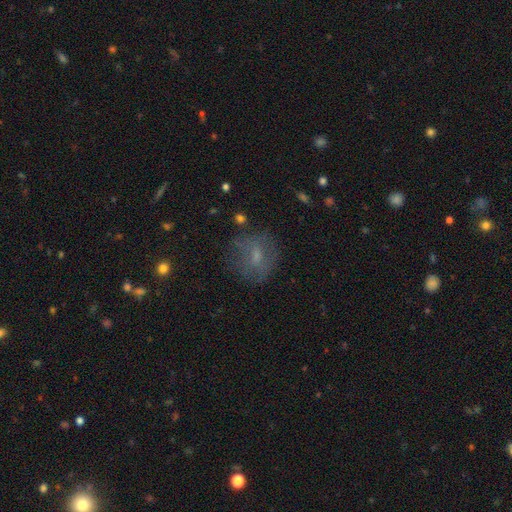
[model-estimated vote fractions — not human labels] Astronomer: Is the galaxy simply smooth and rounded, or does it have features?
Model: smooth — 54% (runner-up: featured or disk, 31%).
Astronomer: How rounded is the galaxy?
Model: round — 72%.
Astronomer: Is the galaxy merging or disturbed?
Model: none — 66%.